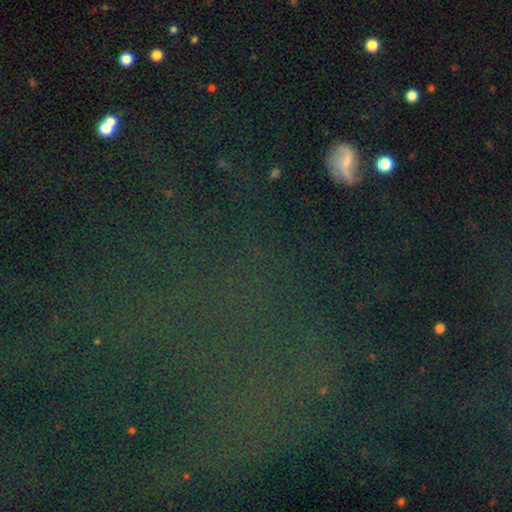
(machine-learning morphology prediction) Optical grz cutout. It shows a star or artifact, not a galaxy (73%).